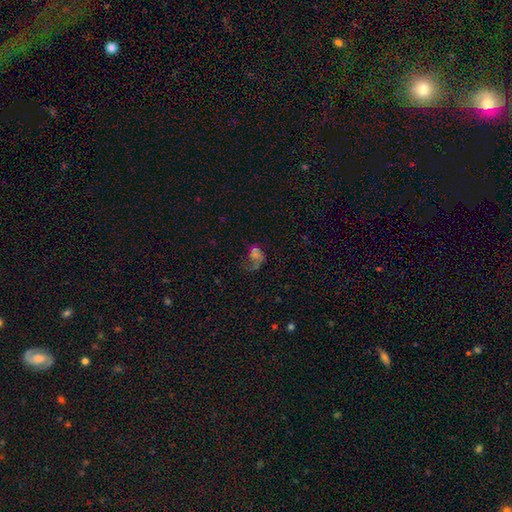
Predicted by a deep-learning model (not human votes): This appears to be a featured or disk galaxy (41%). Merging: major disturbance (44%).